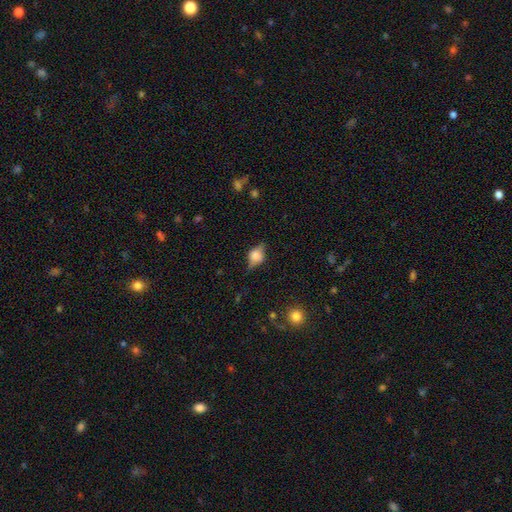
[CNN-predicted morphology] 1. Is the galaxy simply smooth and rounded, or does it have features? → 49% smooth, 41% featured or disk, 11% star or artifact.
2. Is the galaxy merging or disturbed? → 65% none, 24% minor disturbance, 9% major disturbance, 2% merger.